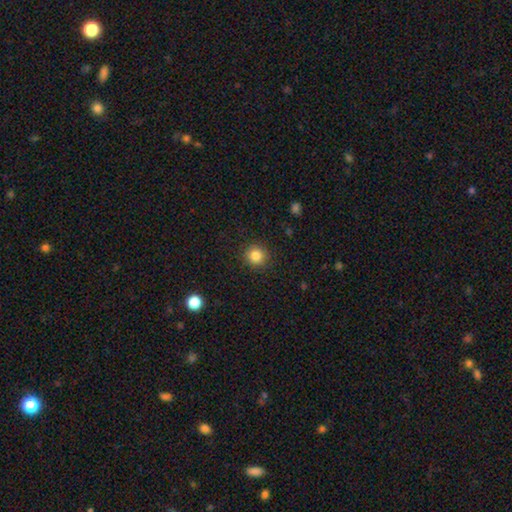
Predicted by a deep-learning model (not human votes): A smooth galaxy with no disk features (84%) that is round (93%).

Vote fractions:
- Smooth or featured? smooth: 84% / star or artifact: 11% / featured or disk: 5%
- How rounded? round: 93% / in between: 6% / cigar-shaped: 1%
- Merging? none: 90% / minor disturbance: 6% / major disturbance: 2% / merger: 1%